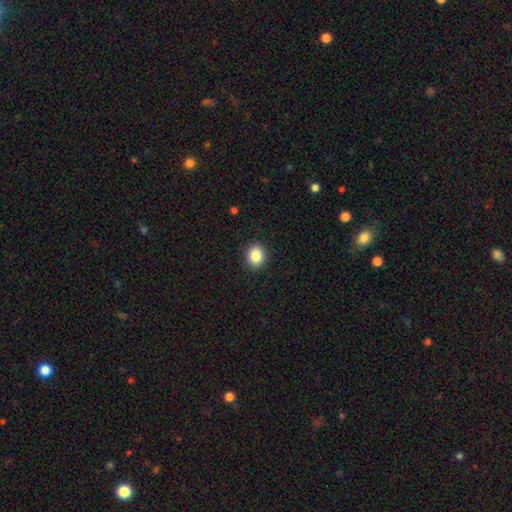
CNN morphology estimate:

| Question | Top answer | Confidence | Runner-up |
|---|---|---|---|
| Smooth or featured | smooth | 85% | star or artifact (9%) |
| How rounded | round | 62% | in between (37%) |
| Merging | none | 90% | minor disturbance (7%) |